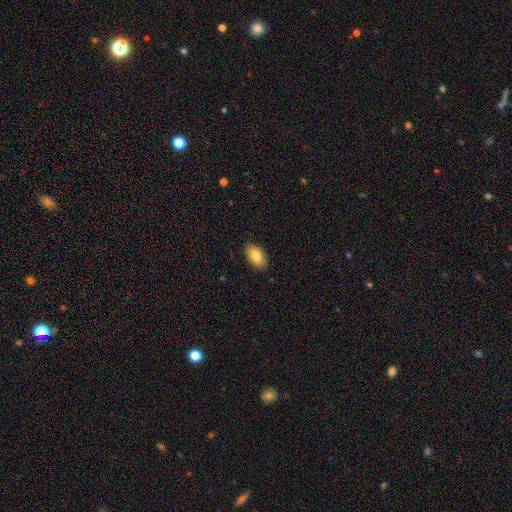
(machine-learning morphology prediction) Smooth or featured? Predicted: smooth (p=0.81). How rounded? Predicted: in between (p=0.94). Merging? Predicted: none (p=0.87).